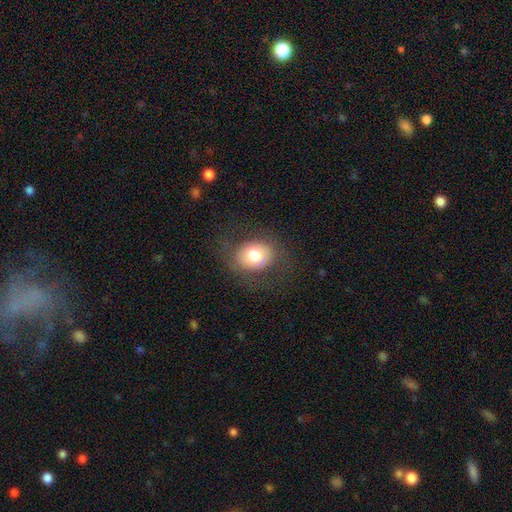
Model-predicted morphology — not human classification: This appears to be a smooth galaxy with no disk features (64%) that is in between round and cigar-shaped (51%). Merging: none (80%).